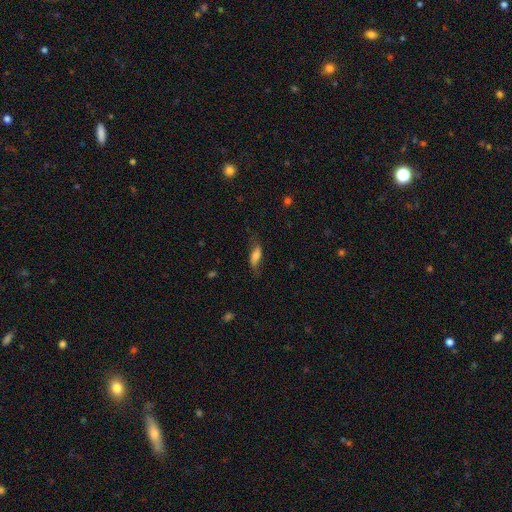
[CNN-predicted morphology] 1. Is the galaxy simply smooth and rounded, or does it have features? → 61% smooth, 30% featured or disk, 9% star or artifact.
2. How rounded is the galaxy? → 65% in between, 32% cigar-shaped, 3% round.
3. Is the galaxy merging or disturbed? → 62% none, 25% minor disturbance, 12% major disturbance, 2% merger.